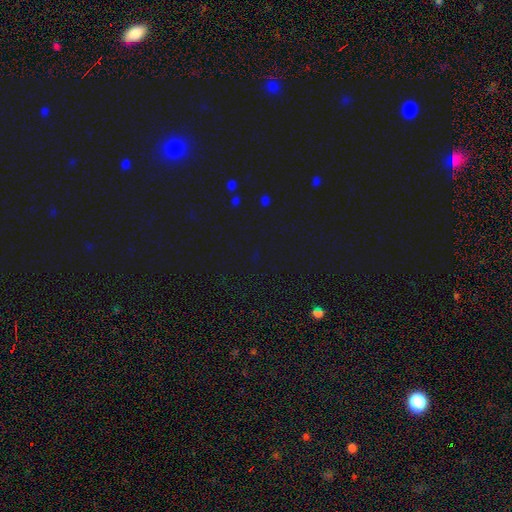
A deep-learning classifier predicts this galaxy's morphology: type=star or artifact (76%).